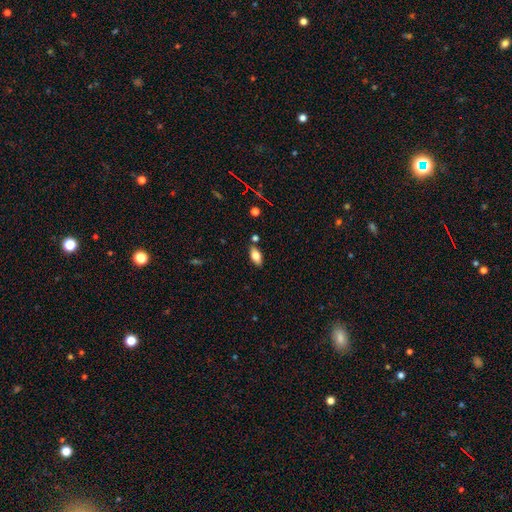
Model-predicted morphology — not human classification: Overall: smooth (78%). How rounded: in between (90%). Merging: none (81%).